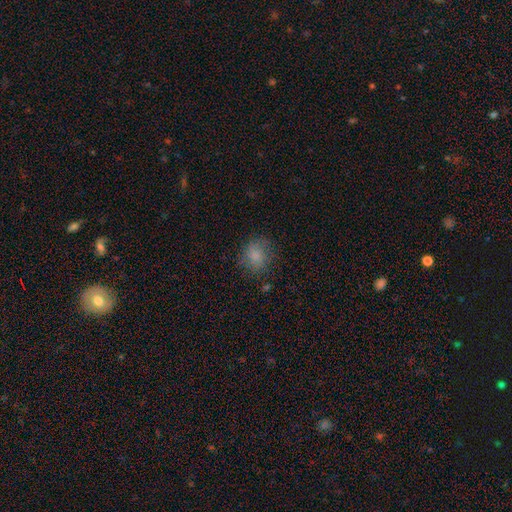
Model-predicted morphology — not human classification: Smooth or featured?
  - smooth: 80% *
  - star or artifact: 11%
  - featured or disk: 9%
How rounded?
  - round: 65% *
  - in between: 34%
  - cigar-shaped: 1%
Merging?
  - none: 73% *
  - minor disturbance: 18%
  - major disturbance: 7%
  - merger: 2%